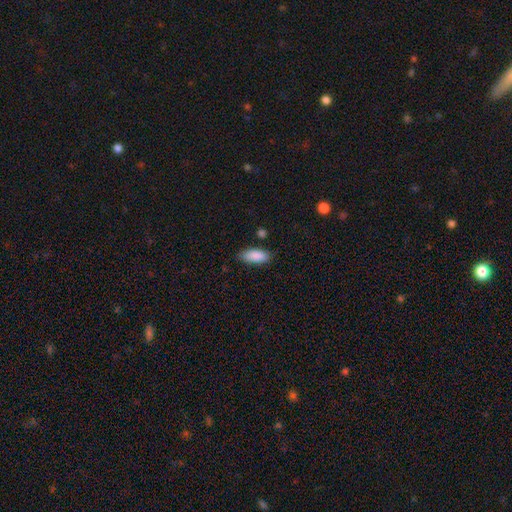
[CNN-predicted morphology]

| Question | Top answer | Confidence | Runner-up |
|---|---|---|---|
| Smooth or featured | smooth | 89% | star or artifact (6%) |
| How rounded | in between | 84% | cigar-shaped (14%) |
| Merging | none | 77% | minor disturbance (17%) |